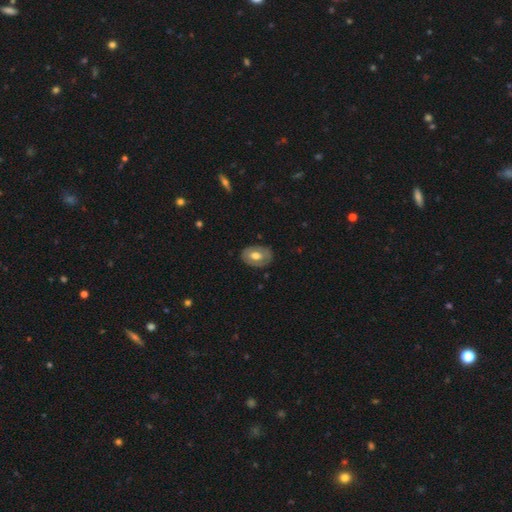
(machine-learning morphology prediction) Overall: smooth (49%; featured or disk 45%). Merging: none (79%).